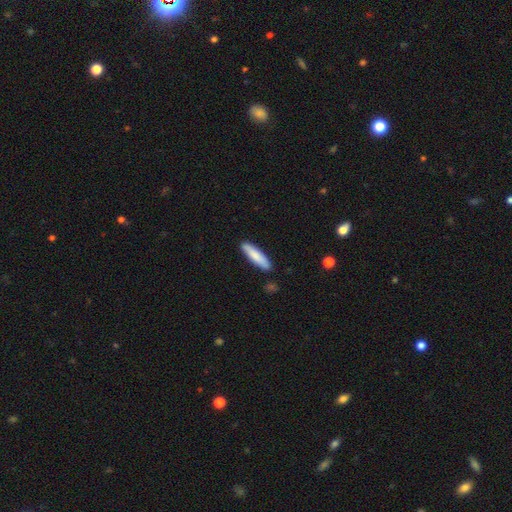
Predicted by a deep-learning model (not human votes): This appears to be a smooth galaxy with no disk features (79%) that is cigar-shaped (74%). Merging: none (87%).